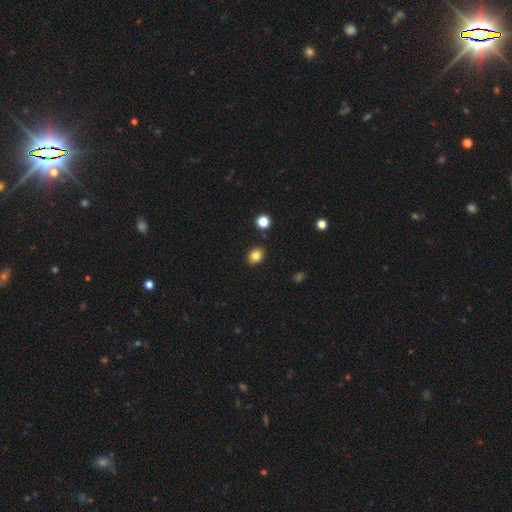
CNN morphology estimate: This is clearly a smooth galaxy (83%). How rounded: likely in between (63%). Merging: clearly none (87%).